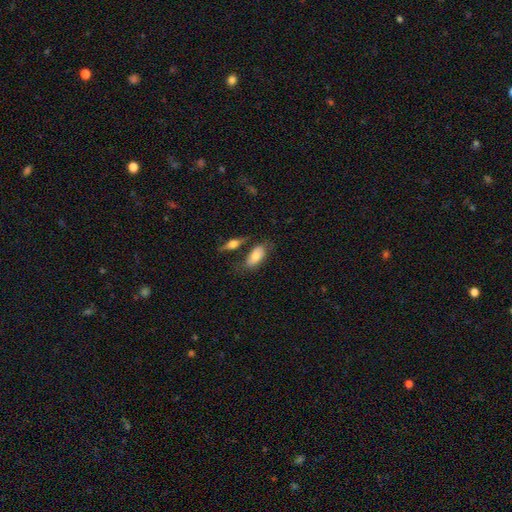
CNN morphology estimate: The model was most divided on "merging": none: 56%, merger: 19%, minor disturbance: 18%, major disturbance: 7%. More confident: how rounded — in between (89%); smooth or featured — smooth (72%).